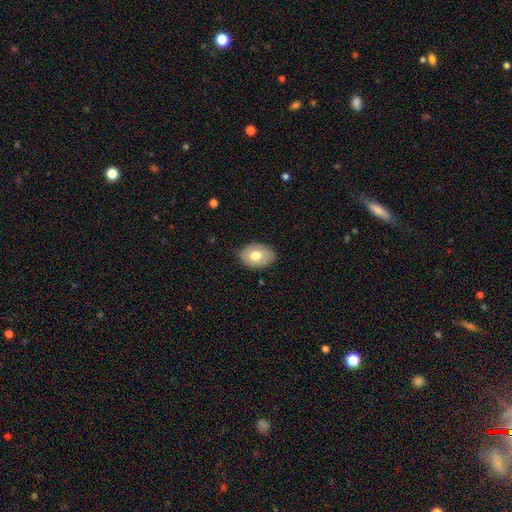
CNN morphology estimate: This is likely a smooth galaxy (71%). How rounded: clearly in between (80%). Merging: clearly none (80%).